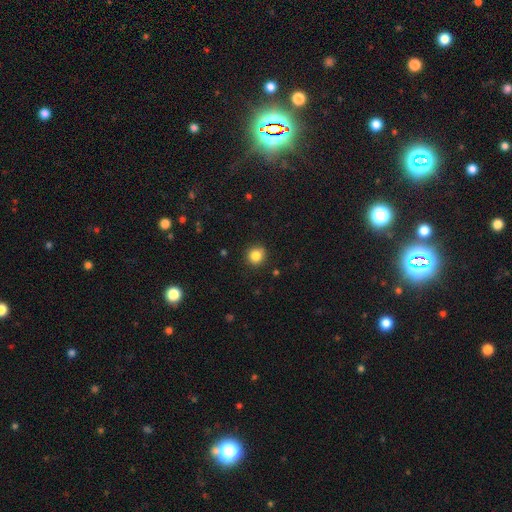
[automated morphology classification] The model was most divided on "smooth or featured": smooth: 85%, star or artifact: 11%, featured or disk: 4%. More confident: merging — none (89%); how rounded — round (89%).